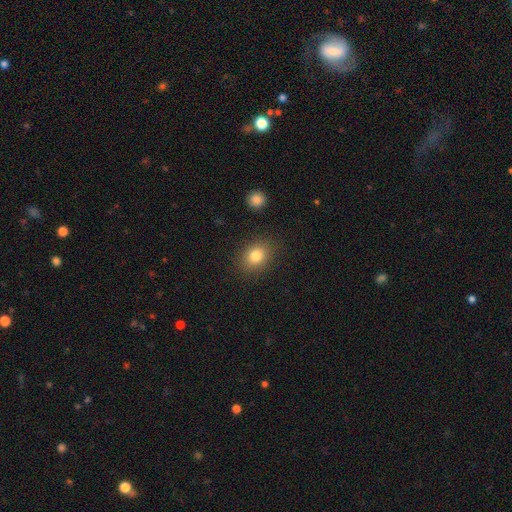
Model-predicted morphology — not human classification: type=smooth (82%); roundness=in between (52%); merging=none (86%).